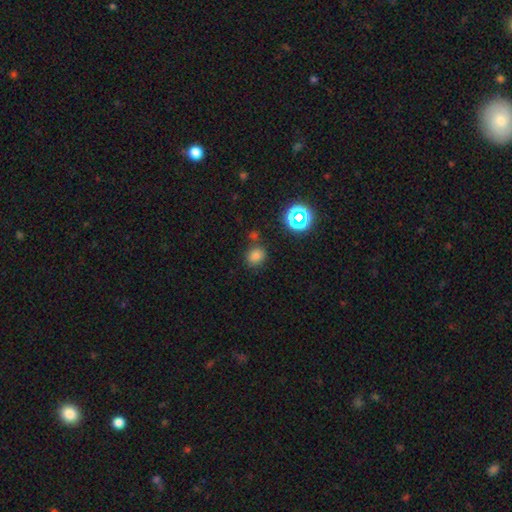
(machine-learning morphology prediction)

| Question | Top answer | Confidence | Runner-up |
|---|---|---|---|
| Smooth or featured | smooth | 75% | star or artifact (19%) |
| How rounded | round | 71% | in between (28%) |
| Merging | none | 75% | minor disturbance (11%) |